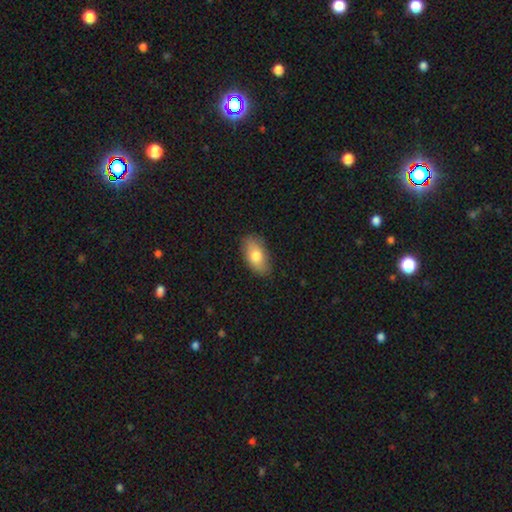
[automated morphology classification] Smooth or featured? Predicted: smooth (p=0.76). How rounded? Predicted: in between (p=0.92). Merging? Predicted: none (p=0.85).